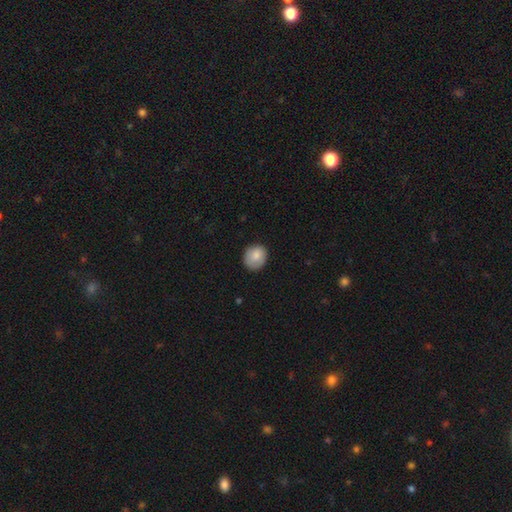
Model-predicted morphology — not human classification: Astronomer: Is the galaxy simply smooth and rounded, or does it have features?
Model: smooth — 84%.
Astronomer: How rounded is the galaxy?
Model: round — 71%.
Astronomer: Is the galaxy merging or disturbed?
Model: none — 81%.